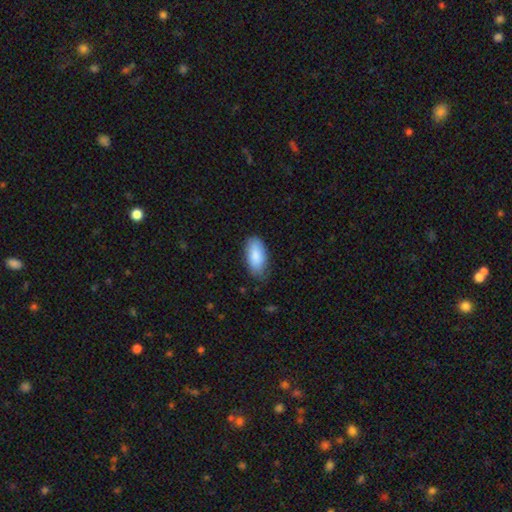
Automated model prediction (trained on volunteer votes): Smooth or featured? Predicted: smooth (p=0.86). How rounded? Predicted: in between (p=0.92). Merging? Predicted: none (p=0.76).